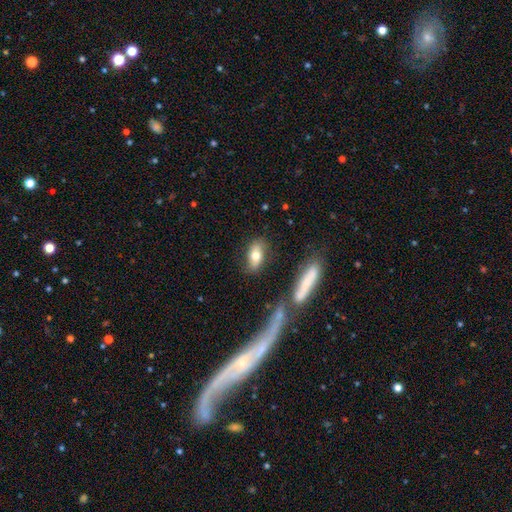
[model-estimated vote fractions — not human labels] Overall: smooth (72%). How rounded: in between (83%). Merging: none (79%).